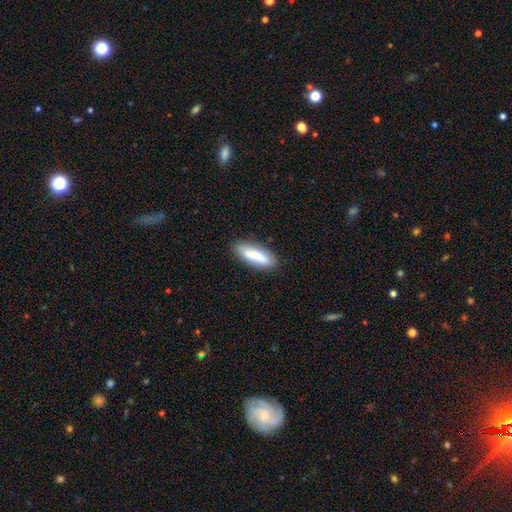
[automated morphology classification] This appears to be a smooth galaxy with no disk features (78%) that is in between round and cigar-shaped (50%). Merging: none (82%).